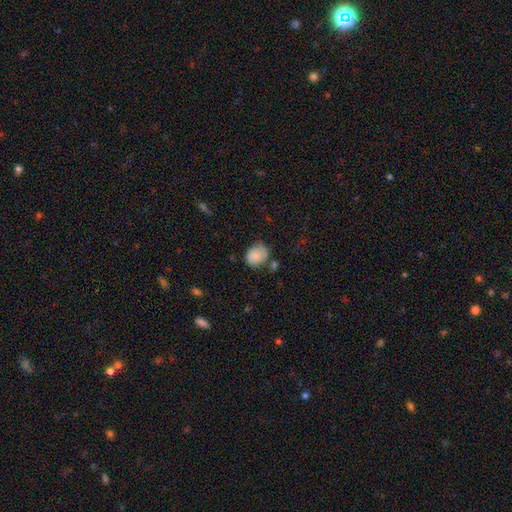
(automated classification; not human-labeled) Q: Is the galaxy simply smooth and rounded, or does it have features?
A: smooth — 81%.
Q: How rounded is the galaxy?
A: round — 53%.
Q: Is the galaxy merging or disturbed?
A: none — 57%.